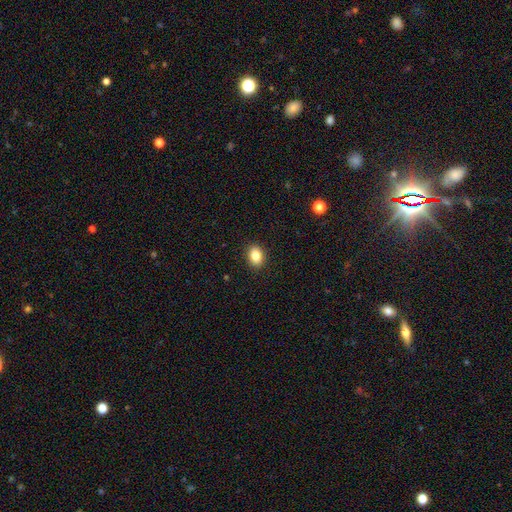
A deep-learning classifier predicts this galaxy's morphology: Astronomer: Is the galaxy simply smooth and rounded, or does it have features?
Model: smooth — 84%.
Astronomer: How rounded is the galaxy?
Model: in between — 69%.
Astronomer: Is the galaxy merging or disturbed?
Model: none — 91%.